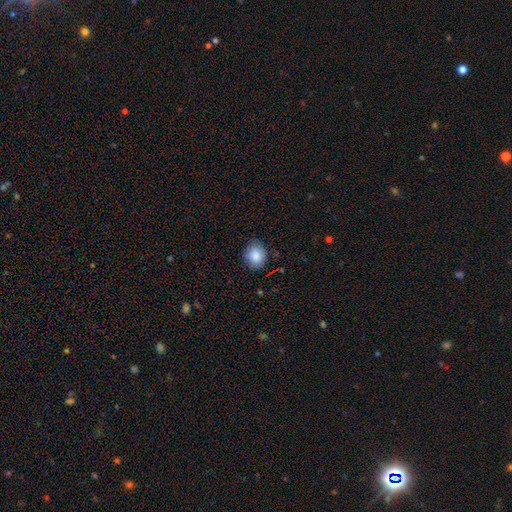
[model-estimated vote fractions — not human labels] Overall: smooth (85%). How rounded: in between (51%; round 48%). Merging: none (77%).